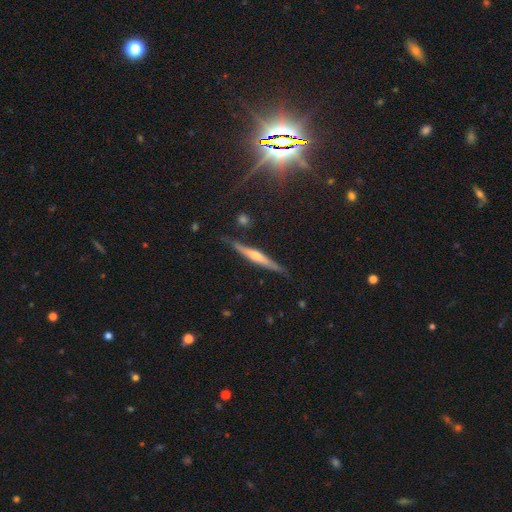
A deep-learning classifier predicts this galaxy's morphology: Smooth or featured? featured or disk (67%)
Edge-on disk? yes (97%)
Edge-on bulge? rounded (74%)
Merging? none (85%)